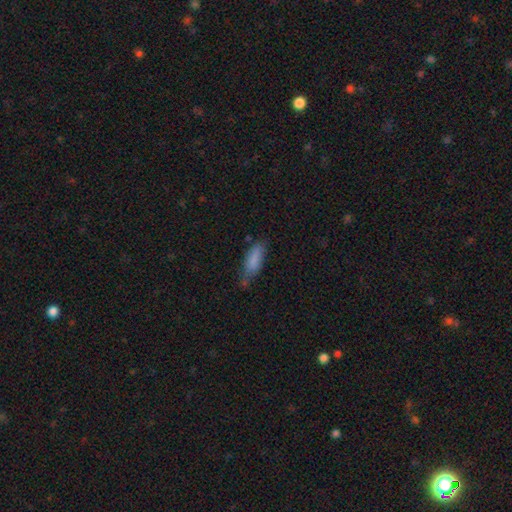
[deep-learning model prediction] A smooth galaxy with no disk features (64%) that is cigar-shaped (57%).

Vote fractions:
- Smooth or featured? smooth: 64% / featured or disk: 19% / star or artifact: 16%
- How rounded? cigar-shaped: 57% / in between: 40% / round: 3%
- Merging? none: 68% / minor disturbance: 22% / major disturbance: 7% / merger: 3%